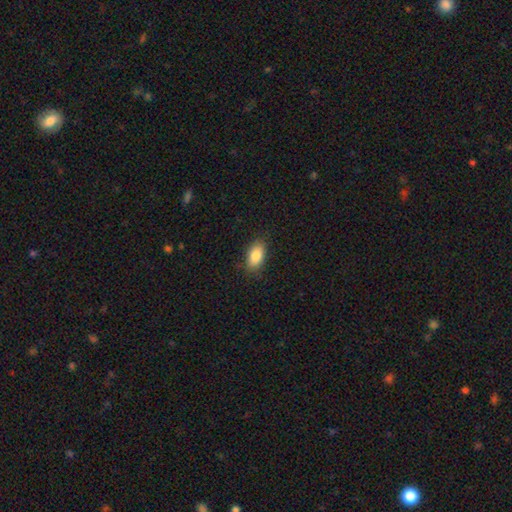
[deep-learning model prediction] Overall: smooth (86%). How rounded: in between (91%). Merging: none (85%).